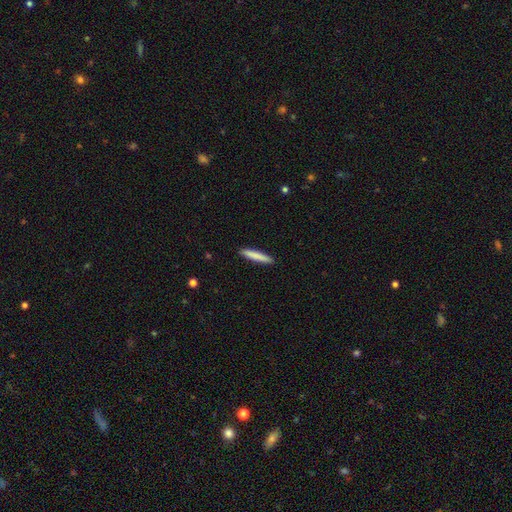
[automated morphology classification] type=smooth (82%); roundness=cigar-shaped (94%); merging=none (92%).